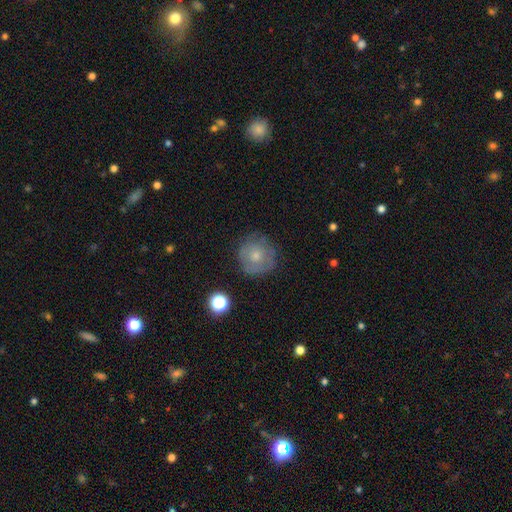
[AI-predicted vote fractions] Q: Smooth or featured?
A: smooth (59%); runner-up: featured or disk (32%)
Q: How rounded?
A: round (92%); runner-up: in between (7%)
Q: Merging?
A: none (73%); runner-up: minor disturbance (18%)